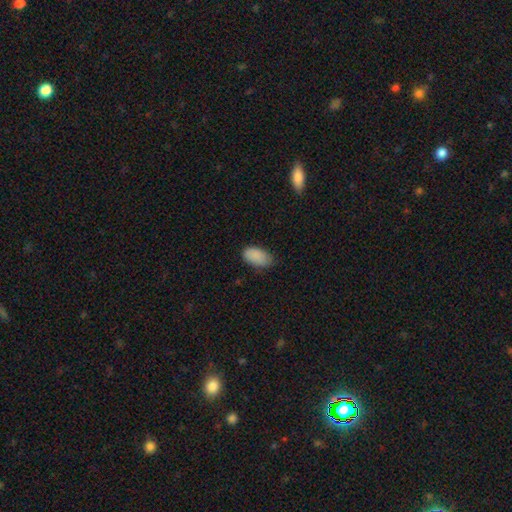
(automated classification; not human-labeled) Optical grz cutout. It shows a smooth galaxy with no disk features (89%) that is in between round and cigar-shaped (94%). Merging: none (73%).